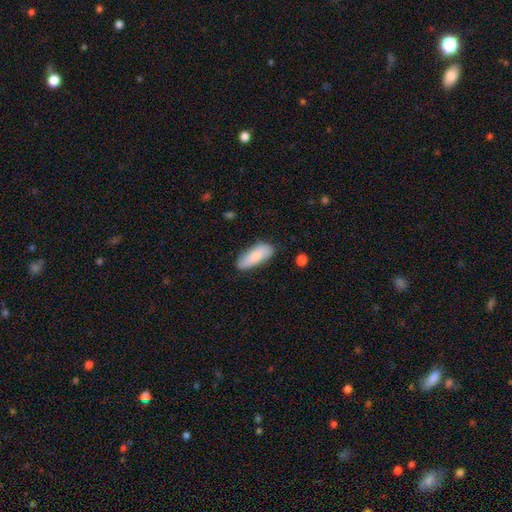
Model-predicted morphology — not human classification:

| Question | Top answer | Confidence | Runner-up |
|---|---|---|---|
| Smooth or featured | smooth | 82% | featured or disk (12%) |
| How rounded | in between | 73% | cigar-shaped (25%) |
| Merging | none | 77% | minor disturbance (18%) |